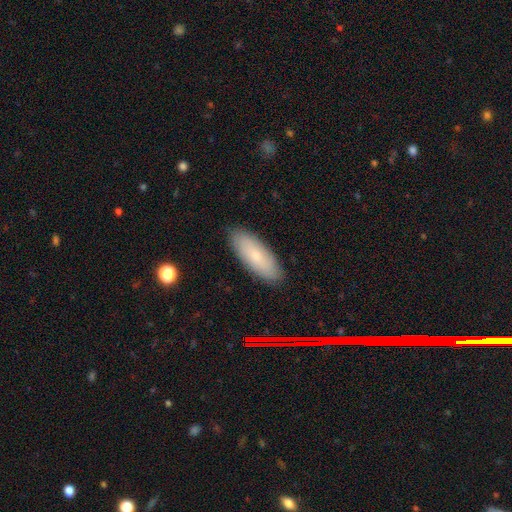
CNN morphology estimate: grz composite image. It shows a smooth galaxy with no disk features (71%) that is in between round and cigar-shaped (73%). Merging: none (87%).